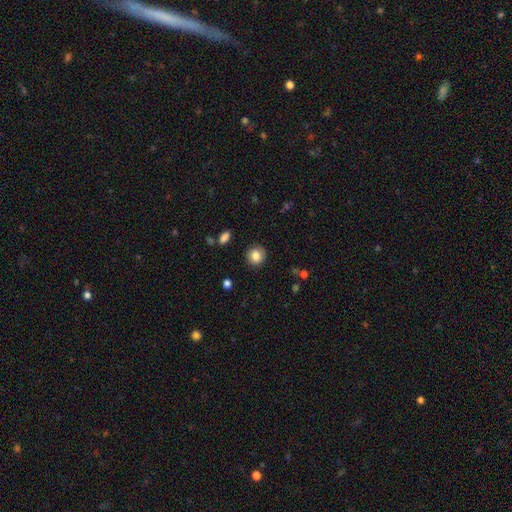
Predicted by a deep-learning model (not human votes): smooth-or-featured: smooth: 82% | featured or disk: 9% | star or artifact: 9%
  how-rounded: round: 84% | in between: 15% | cigar-shaped: 1%
  merging: none: 88% | minor disturbance: 9% | major disturbance: 2% | merger: 1%